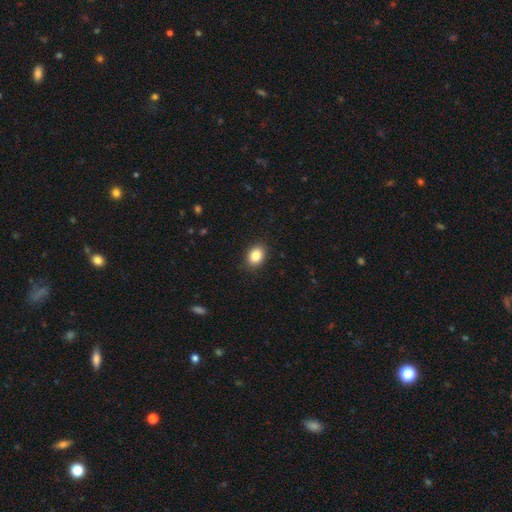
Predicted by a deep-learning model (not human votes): This appears to be a smooth galaxy with no disk features (86%) that is in between round and cigar-shaped (65%). Merging: none (89%).